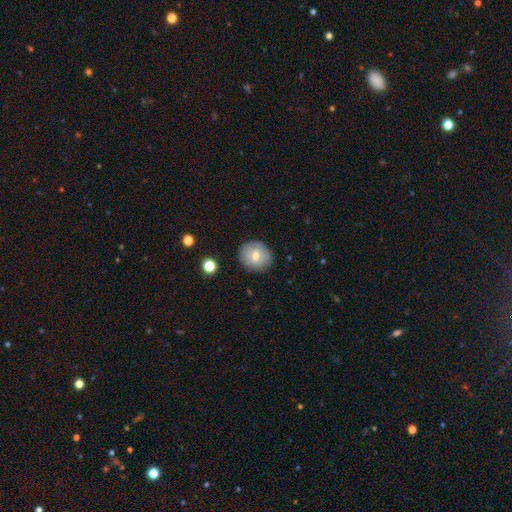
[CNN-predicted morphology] Smooth or featured? Predicted: smooth (p=0.73). How rounded? Predicted: round (p=0.82). Merging? Predicted: none (p=0.86).